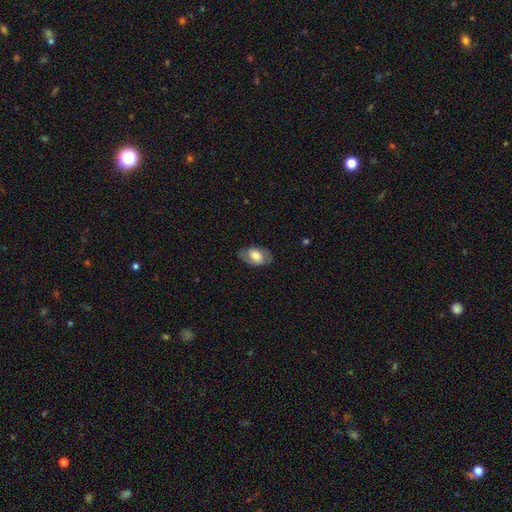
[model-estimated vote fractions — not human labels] smooth-or-featured: smooth: 58% | featured or disk: 36% | star or artifact: 7%
  how-rounded: in between: 90% | round: 8% | cigar-shaped: 2%
  merging: none: 76% | minor disturbance: 17% | major disturbance: 6% | merger: 1%